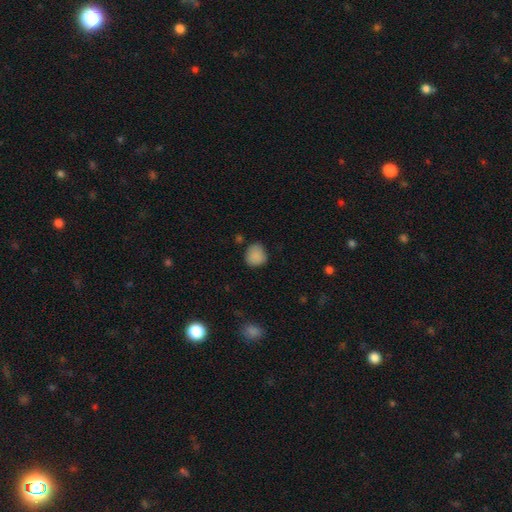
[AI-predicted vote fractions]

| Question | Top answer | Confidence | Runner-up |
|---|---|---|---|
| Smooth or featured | smooth | 87% | star or artifact (9%) |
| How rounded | round | 83% | in between (16%) |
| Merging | none | 73% | minor disturbance (21%) |